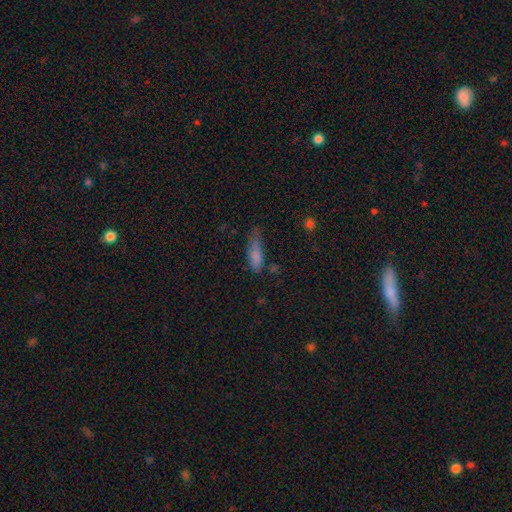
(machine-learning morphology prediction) A smooth galaxy with no disk features (78%) that is in between round and cigar-shaped (58%). Merging: none (38%, tied with minor disturbance).